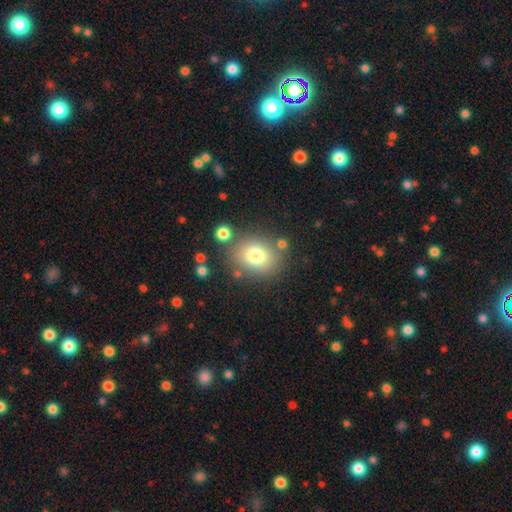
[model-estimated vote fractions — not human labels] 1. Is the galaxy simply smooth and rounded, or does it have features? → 77% smooth, 12% featured or disk, 12% star or artifact.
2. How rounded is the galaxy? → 60% round, 39% in between, 1% cigar-shaped.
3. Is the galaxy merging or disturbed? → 76% none, 12% minor disturbance, 7% merger, 5% major disturbance.